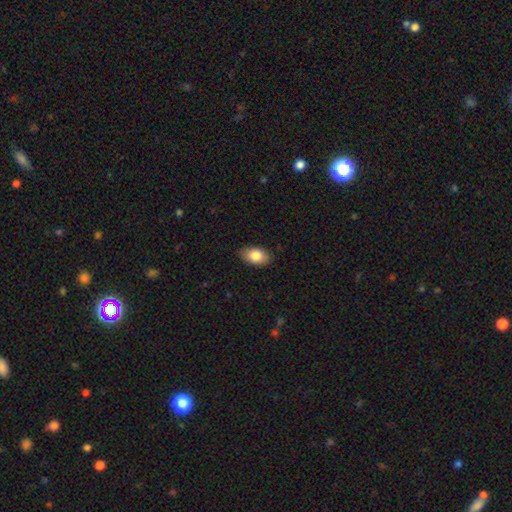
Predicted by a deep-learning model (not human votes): smooth 83%, featured or disk 10%, star or artifact 7%. Down the decision tree: how rounded — in between (91%); merging — none (87%).